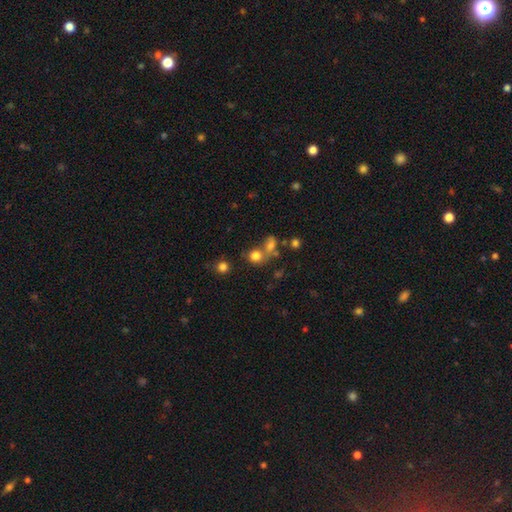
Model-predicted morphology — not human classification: This appears to be a smooth galaxy with no disk features (76%) that is round (78%). Merging: none (49%).